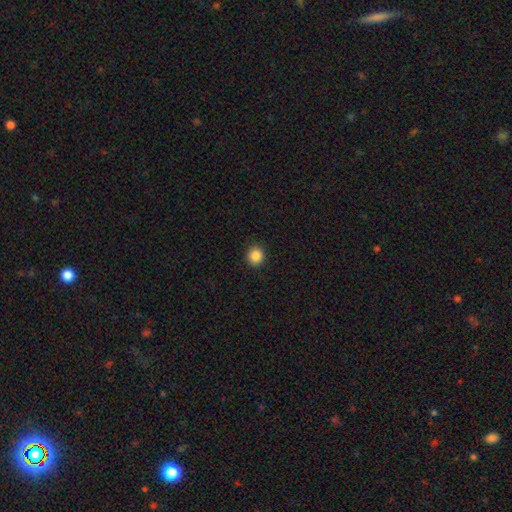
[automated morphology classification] Smooth or featured: smooth — 87% (star or artifact — 10%)
How rounded: round — 89% (in between — 10%)
Merging: none — 91% (minor disturbance — 6%)